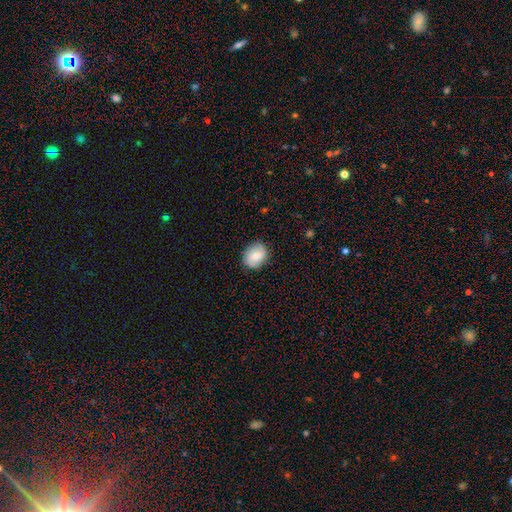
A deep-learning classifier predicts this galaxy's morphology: Smooth or featured? smooth (66%)
How rounded? round (56%)
Merging? none (84%)